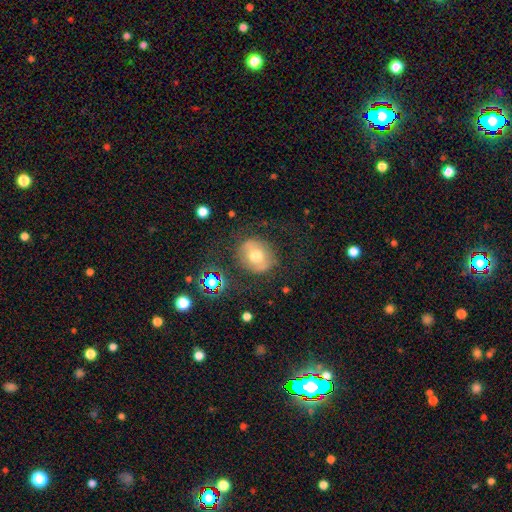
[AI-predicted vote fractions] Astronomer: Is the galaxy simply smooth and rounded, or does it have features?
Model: smooth — 56%.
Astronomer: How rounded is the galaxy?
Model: round — 77%.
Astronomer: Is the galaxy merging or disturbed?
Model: none — 77%.